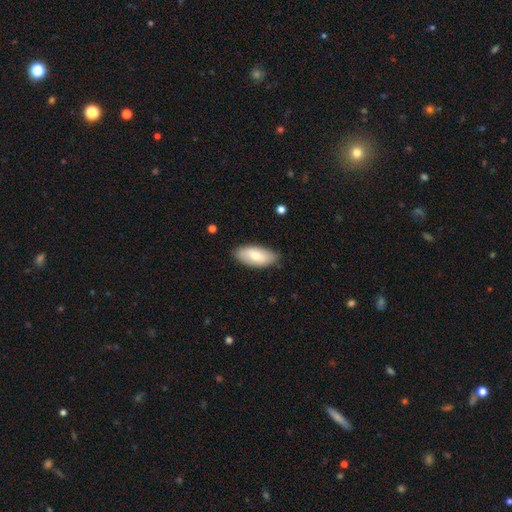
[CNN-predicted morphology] Overall: smooth (71%). How rounded: in between (90%). Merging: none (83%).